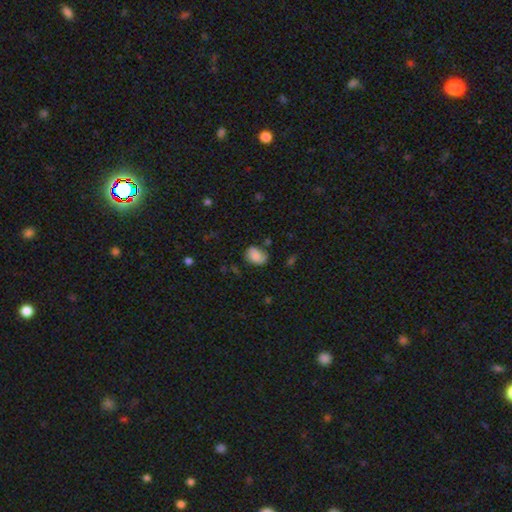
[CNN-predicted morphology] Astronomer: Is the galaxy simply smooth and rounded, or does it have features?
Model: smooth — 67%.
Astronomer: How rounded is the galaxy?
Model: in between — 70%.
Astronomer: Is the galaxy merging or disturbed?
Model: none — 58%.